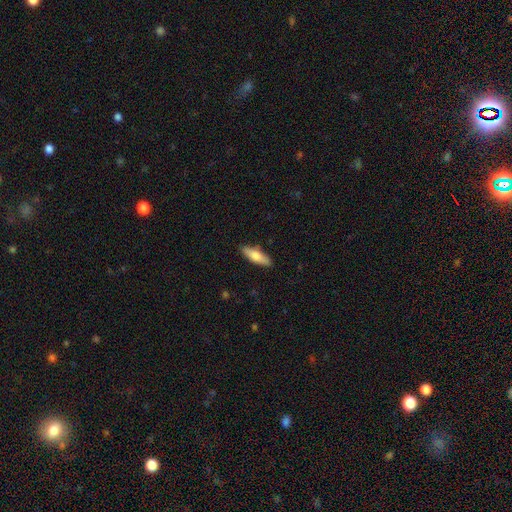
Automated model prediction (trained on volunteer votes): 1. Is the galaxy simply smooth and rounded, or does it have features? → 67% smooth, 27% featured or disk, 6% star or artifact.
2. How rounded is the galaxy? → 50% cigar-shaped, 48% in between, 2% round.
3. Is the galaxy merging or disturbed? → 87% none, 10% minor disturbance, 2% major disturbance, 1% merger.